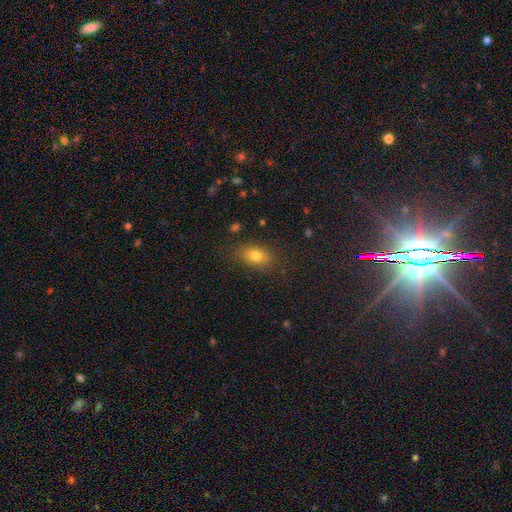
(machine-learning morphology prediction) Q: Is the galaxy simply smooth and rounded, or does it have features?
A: smooth — 78%.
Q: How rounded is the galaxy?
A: in between — 80%.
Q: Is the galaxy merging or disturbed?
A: none — 77%.